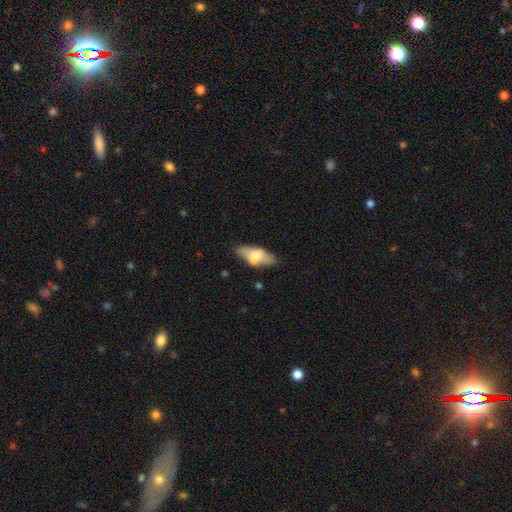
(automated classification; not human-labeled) A smooth galaxy with no disk features (60%) that is in between round and cigar-shaped (77%).

Vote fractions:
- Smooth or featured? smooth: 60% / featured or disk: 34% / star or artifact: 6%
- How rounded? in between: 77% / cigar-shaped: 20% / round: 3%
- Merging? none: 72% / minor disturbance: 20% / major disturbance: 5% / merger: 3%